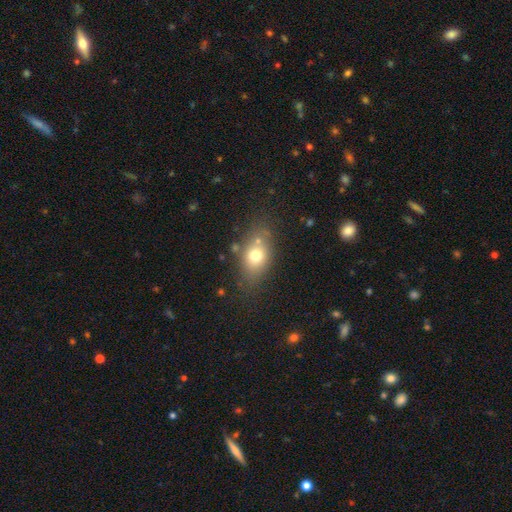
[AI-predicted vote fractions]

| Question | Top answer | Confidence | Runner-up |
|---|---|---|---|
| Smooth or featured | smooth | 71% | featured or disk (18%) |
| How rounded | in between | 73% | round (22%) |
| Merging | none | 69% | minor disturbance (17%) |